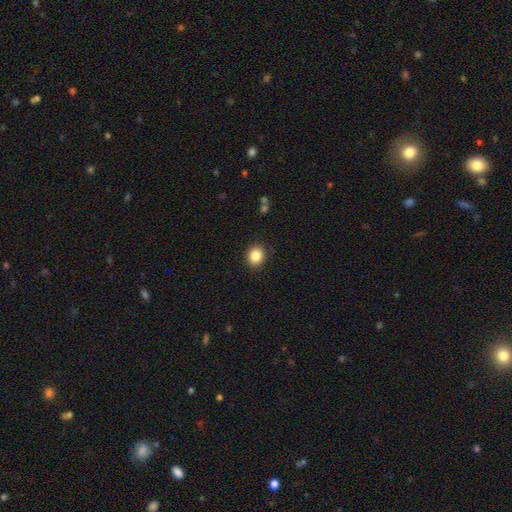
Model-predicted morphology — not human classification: Smooth or featured: smooth — 85% (star or artifact — 10%)
How rounded: round — 73% (in between — 26%)
Merging: none — 89% (minor disturbance — 7%)